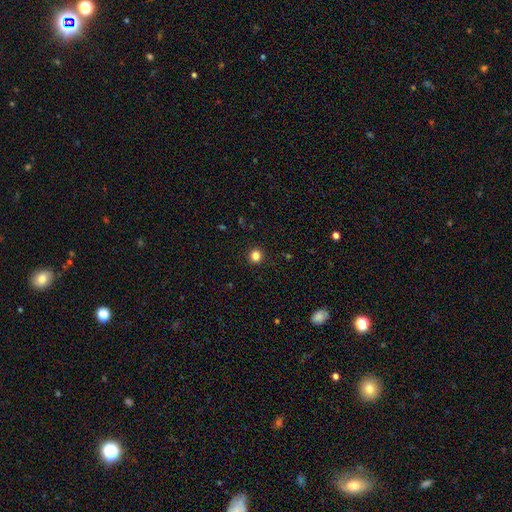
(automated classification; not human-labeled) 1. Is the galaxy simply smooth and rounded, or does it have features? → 84% smooth, 12% star or artifact, 4% featured or disk.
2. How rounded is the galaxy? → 92% round, 7% in between, 1% cigar-shaped.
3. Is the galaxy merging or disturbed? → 93% none, 5% minor disturbance, 2% major disturbance, 1% merger.